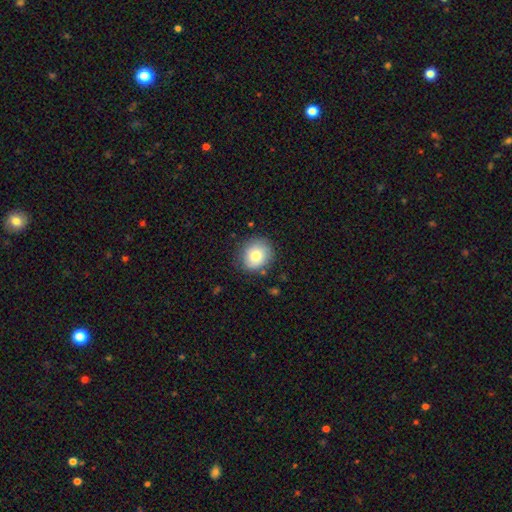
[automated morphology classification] This is likely a smooth galaxy (77%). How rounded: clearly round (80%). Merging: clearly none (83%).